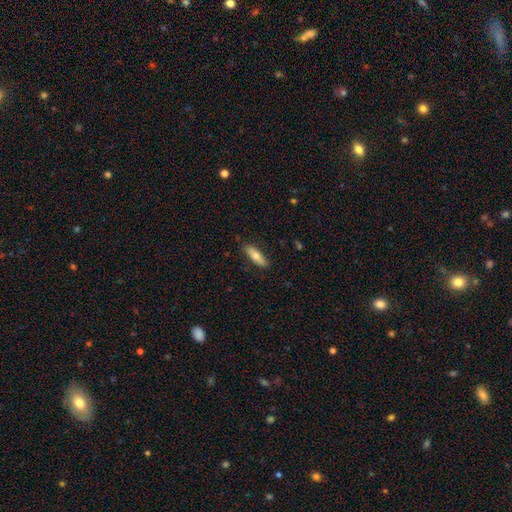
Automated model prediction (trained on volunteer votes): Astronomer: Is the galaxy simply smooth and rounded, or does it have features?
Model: smooth — 67%.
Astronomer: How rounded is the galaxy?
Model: cigar-shaped — 51% (runner-up: in between, 47%).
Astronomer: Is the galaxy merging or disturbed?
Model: none — 84%.